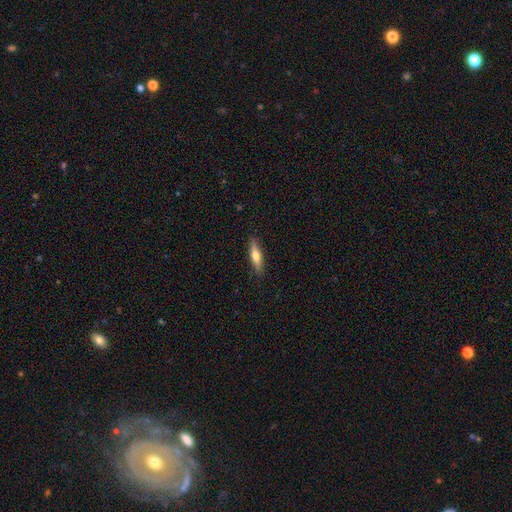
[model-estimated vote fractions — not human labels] Morphology: type=smooth (56%); roundness=cigar-shaped (72%); merging=none (88%).